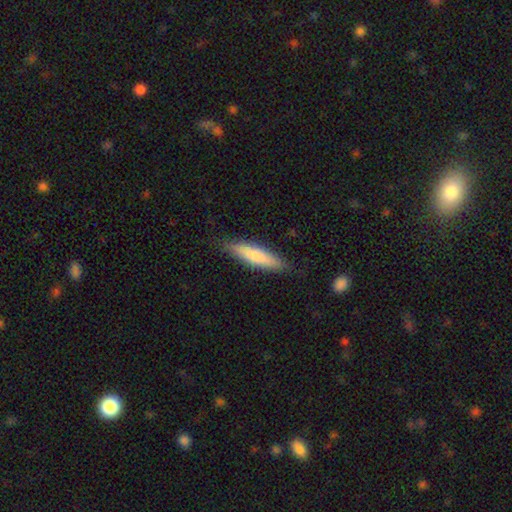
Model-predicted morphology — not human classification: This is likely a smooth galaxy (76%). How rounded: likely cigar-shaped (78%). Merging: clearly none (85%).